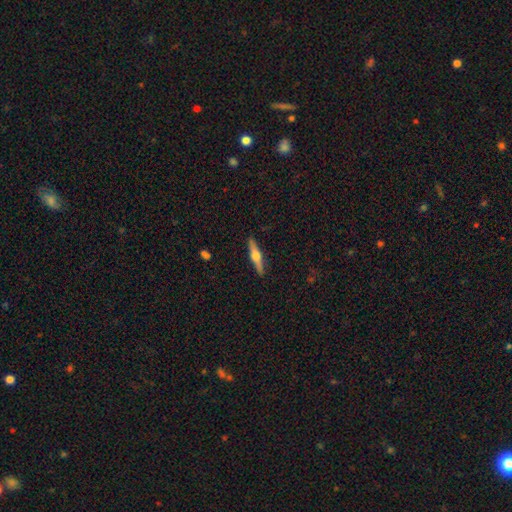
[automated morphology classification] Smooth or featured? Predicted: featured or disk (p=0.65). Edge-on disk? Predicted: yes (p=0.97). Edge-on bulge? Predicted: rounded (p=0.92). Merging? Predicted: none (p=0.90).